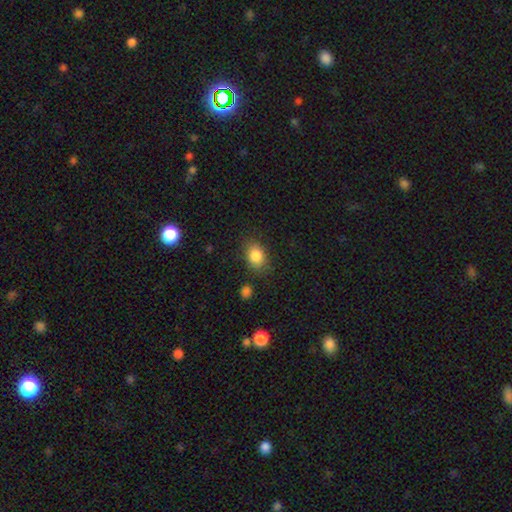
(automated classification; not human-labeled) Q: Smooth or featured?
A: smooth (85%); runner-up: star or artifact (9%)
Q: How rounded?
A: in between (69%); runner-up: round (30%)
Q: Merging?
A: none (79%); runner-up: minor disturbance (14%)